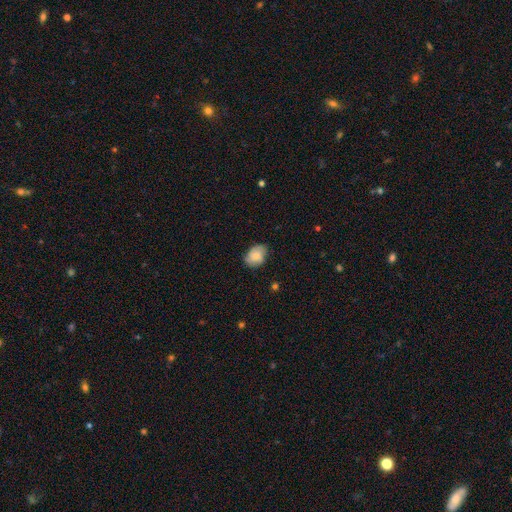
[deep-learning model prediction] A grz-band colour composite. It shows a smooth galaxy with no disk features (66%) that is in between round and cigar-shaped (72%). Merging: none (69%).